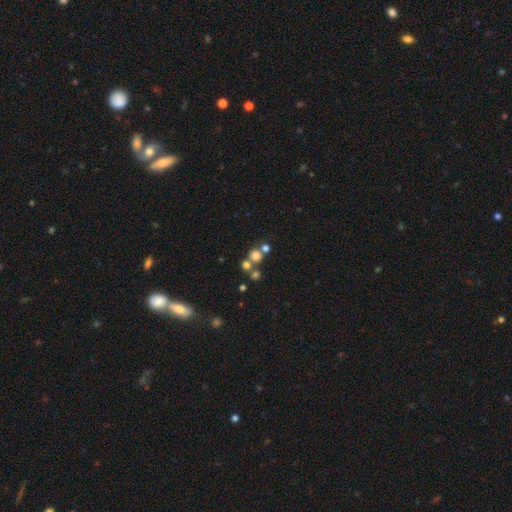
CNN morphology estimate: type=smooth (67%); roundness=round (87%); merging=none (53%).